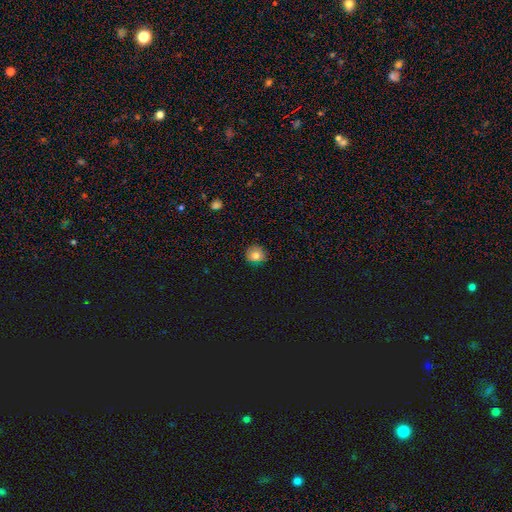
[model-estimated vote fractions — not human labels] Morphology: type=smooth (79%); roundness=round (90%); merging=none (85%).